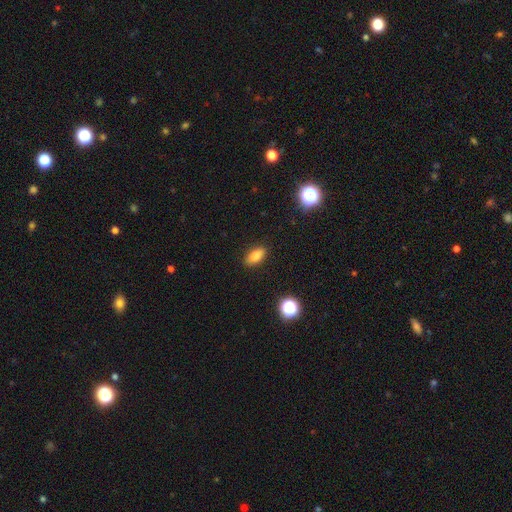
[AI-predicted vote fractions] smooth-or-featured: smooth: 81% | star or artifact: 10% | featured or disk: 8%
  how-rounded: in between: 82% | cigar-shaped: 13% | round: 5%
  merging: none: 88% | minor disturbance: 8% | major disturbance: 2% | merger: 1%